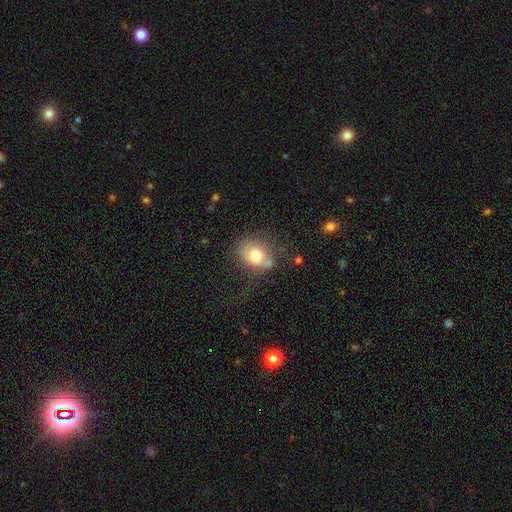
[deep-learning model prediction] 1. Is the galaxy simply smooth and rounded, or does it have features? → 71% smooth, 20% featured or disk, 9% star or artifact.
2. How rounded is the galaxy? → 56% in between, 43% round, 1% cigar-shaped.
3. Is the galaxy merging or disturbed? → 49% none, 28% minor disturbance, 15% major disturbance, 8% merger.